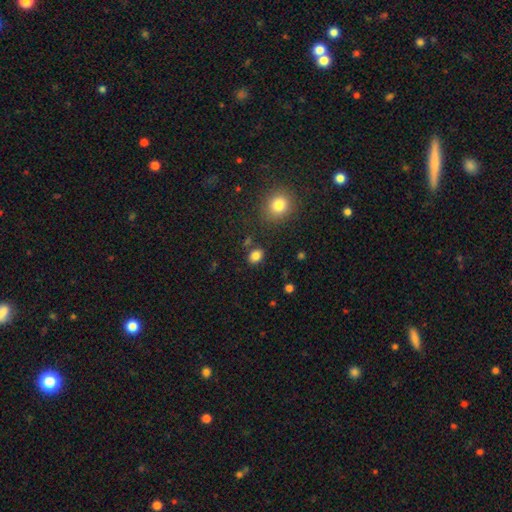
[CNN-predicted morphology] smooth 84%, star or artifact 11%, featured or disk 5%. Down the decision tree: how rounded — in between (59%); merging — none (83%).